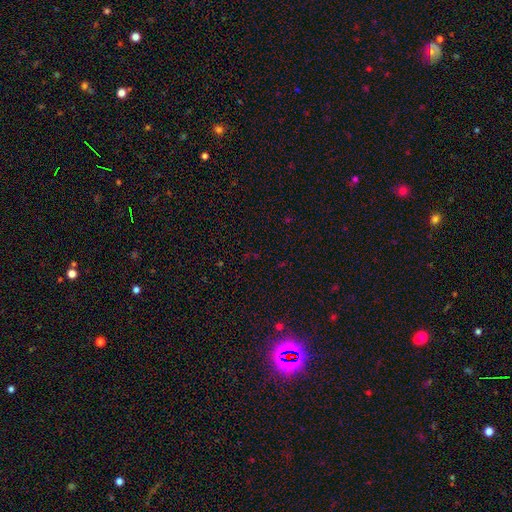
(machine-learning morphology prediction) Q: Smooth or featured?
A: star or artifact (67%); runner-up: smooth (25%)